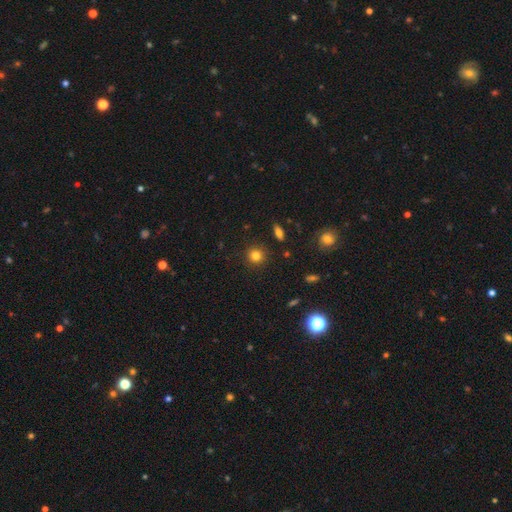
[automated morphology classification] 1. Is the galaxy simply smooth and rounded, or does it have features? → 81% smooth, 13% star or artifact, 6% featured or disk.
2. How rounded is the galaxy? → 91% round, 8% in between, 1% cigar-shaped.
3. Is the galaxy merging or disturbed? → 90% none, 6% minor disturbance, 2% major disturbance, 2% merger.